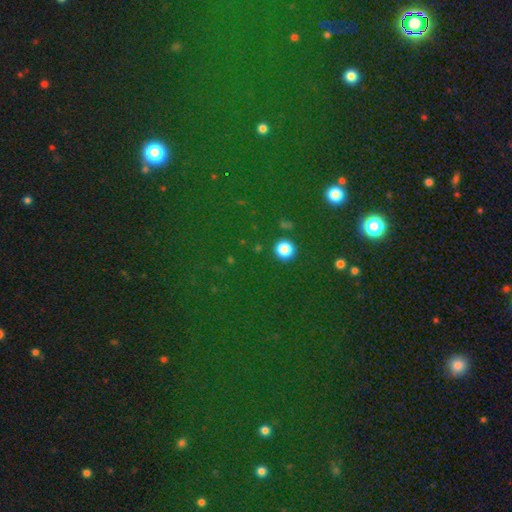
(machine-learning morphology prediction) star or artifact 78%, smooth 14%, featured or disk 8%.